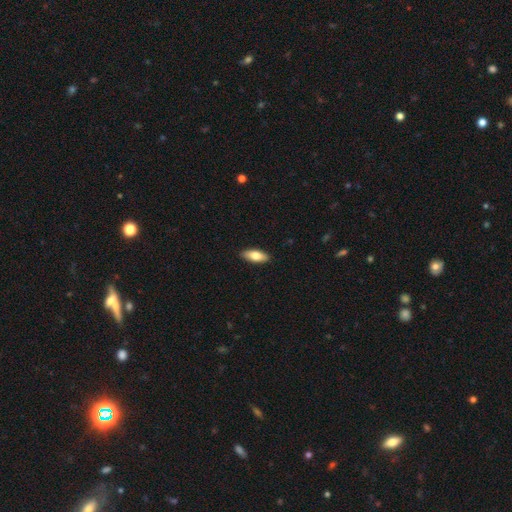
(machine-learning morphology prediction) The model was most divided on "how rounded": in between: 77%, cigar-shaped: 20%, round: 2%. More confident: merging — none (90%); smooth or featured — smooth (77%).